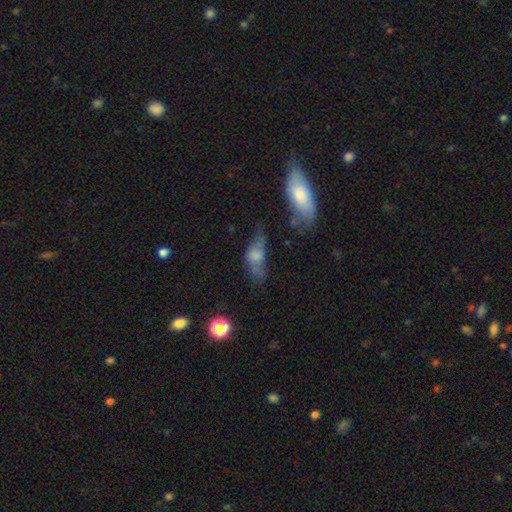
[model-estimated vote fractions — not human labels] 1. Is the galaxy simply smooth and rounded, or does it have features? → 55% smooth, 33% featured or disk, 12% star or artifact.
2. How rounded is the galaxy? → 70% in between, 23% cigar-shaped, 7% round.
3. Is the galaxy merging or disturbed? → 35% none, 29% major disturbance, 26% minor disturbance, 10% merger.